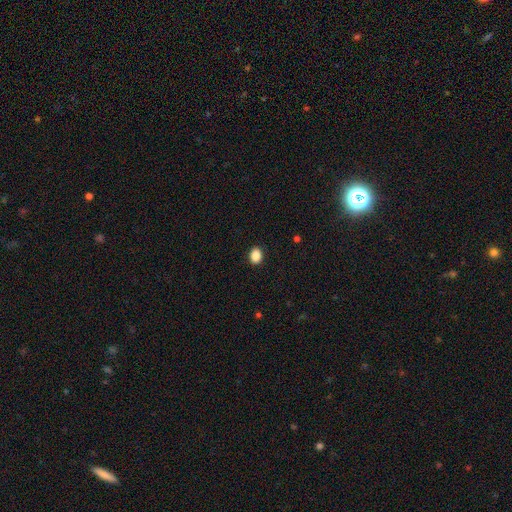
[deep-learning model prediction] Smooth or featured? smooth (88%)
How rounded? in between (60%)
Merging? none (90%)